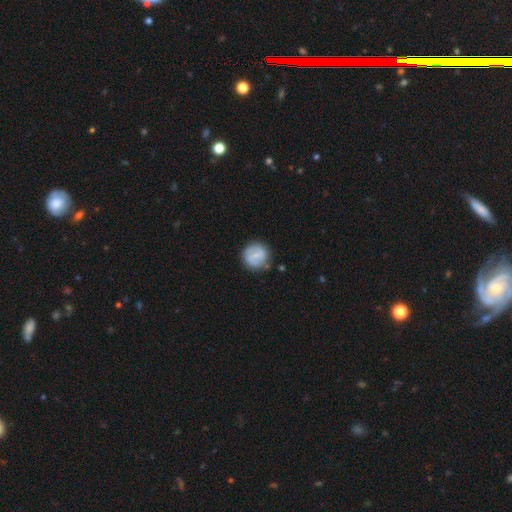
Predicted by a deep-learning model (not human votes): Smooth or featured: smooth — 53% (featured or disk — 40%)
How rounded: round — 90% (in between — 9%)
Merging: none — 78% (minor disturbance — 15%)